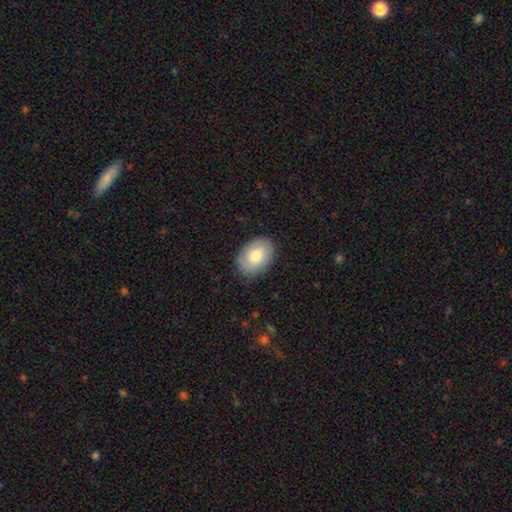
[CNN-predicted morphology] Q: Smooth or featured?
A: smooth (76%); runner-up: featured or disk (18%)
Q: How rounded?
A: in between (84%); runner-up: round (15%)
Q: Merging?
A: none (82%); runner-up: minor disturbance (14%)